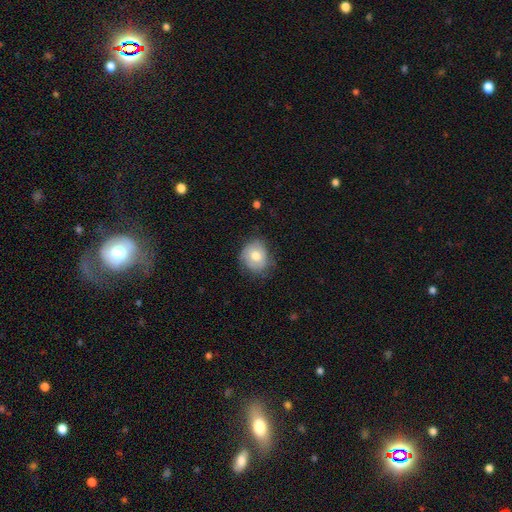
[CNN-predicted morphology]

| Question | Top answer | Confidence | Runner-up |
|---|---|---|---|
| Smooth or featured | smooth | 71% | featured or disk (22%) |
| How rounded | round | 72% | in between (28%) |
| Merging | none | 61% | minor disturbance (29%) |